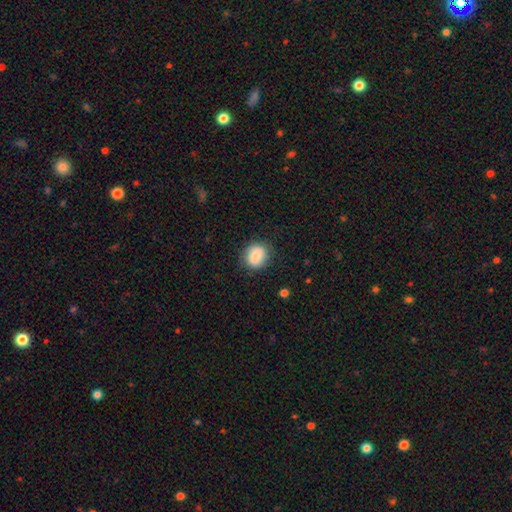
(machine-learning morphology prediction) type=smooth (83%); roundness=round (65%); merging=none (80%).